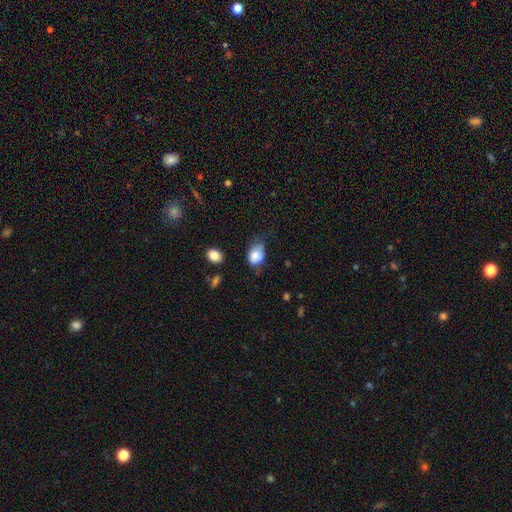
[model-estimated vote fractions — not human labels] Morphology: type=smooth (81%); roundness=in between (71%); merging=minor disturbance (40%).